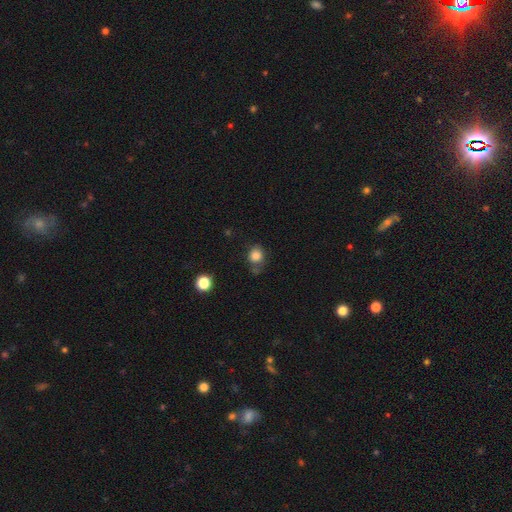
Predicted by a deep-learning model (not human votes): Overall: smooth (83%). How rounded: round (71%). Merging: none (60%; minor disturbance 25%).